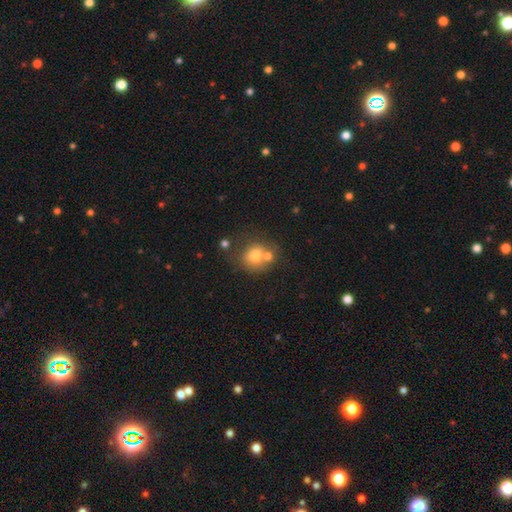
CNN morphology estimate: Smooth or featured? smooth (73%)
How rounded? round (79%)
Merging? none (46%)